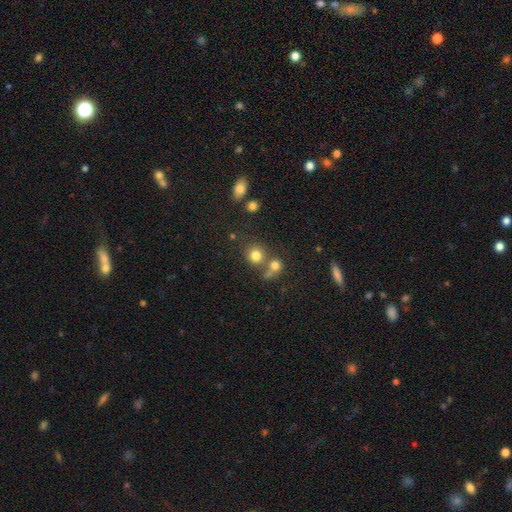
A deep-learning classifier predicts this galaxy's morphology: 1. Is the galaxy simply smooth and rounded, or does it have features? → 77% smooth, 14% star or artifact, 9% featured or disk.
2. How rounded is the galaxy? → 86% round, 13% in between, 1% cigar-shaped.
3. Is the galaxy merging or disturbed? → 59% none, 28% merger, 9% minor disturbance, 4% major disturbance.